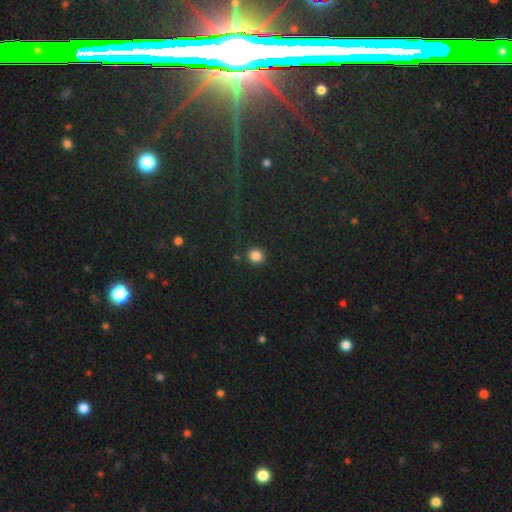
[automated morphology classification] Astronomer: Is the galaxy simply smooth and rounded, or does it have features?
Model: smooth — 84%.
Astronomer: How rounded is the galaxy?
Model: round — 84%.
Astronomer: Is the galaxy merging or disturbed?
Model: none — 88%.